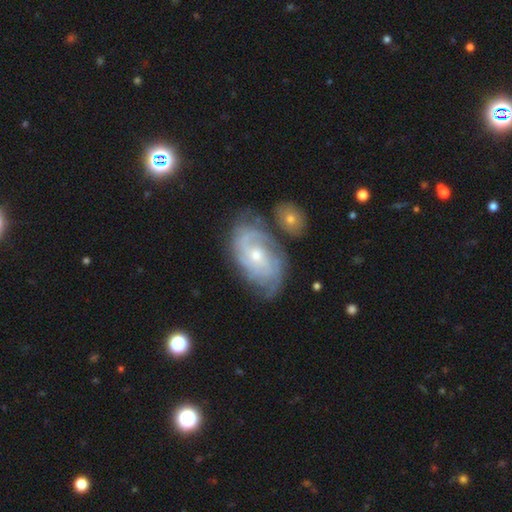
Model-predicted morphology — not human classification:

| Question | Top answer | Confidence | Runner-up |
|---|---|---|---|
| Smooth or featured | featured or disk | 83% | smooth (11%) |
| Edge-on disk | no | 96% | yes (4%) |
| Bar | no | 67% | weak (28%) |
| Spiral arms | yes | 94% | no (6%) |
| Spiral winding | tight | 55% | medium (35%) |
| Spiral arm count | can't tell | 35% | 2 (26%) |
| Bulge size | small | 62% | moderate (35%) |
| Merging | none | 62% | minor disturbance (21%) |